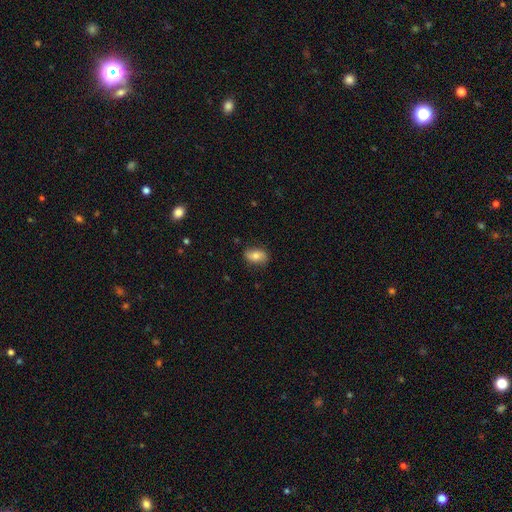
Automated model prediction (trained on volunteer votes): Smooth or featured? Predicted: smooth (p=0.67). How rounded? Predicted: in between (p=0.86). Merging? Predicted: none (p=0.80).